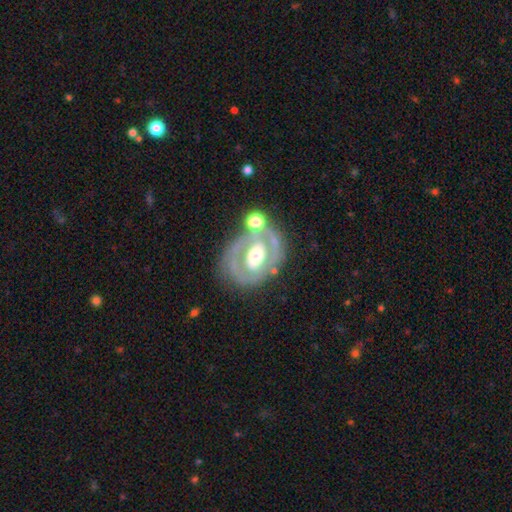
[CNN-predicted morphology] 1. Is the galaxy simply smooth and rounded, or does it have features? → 76% featured or disk, 18% smooth, 6% star or artifact.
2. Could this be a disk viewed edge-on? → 95% no, 5% yes.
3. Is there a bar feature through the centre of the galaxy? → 51% no, 30% weak, 19% strong.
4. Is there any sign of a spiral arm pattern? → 51% no, 49% yes.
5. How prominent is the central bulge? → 65% moderate, 23% large, 9% small, 2% dominant, 1% none.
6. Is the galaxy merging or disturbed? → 61% none, 19% minor disturbance, 10% major disturbance, 10% merger.